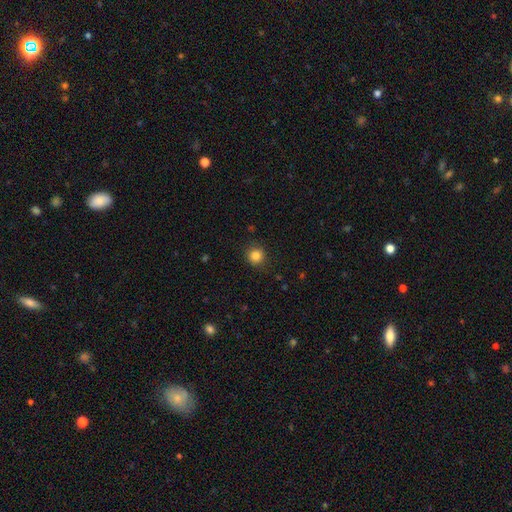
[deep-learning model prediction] Overall: smooth (84%). How rounded: round (92%). Merging: none (88%).